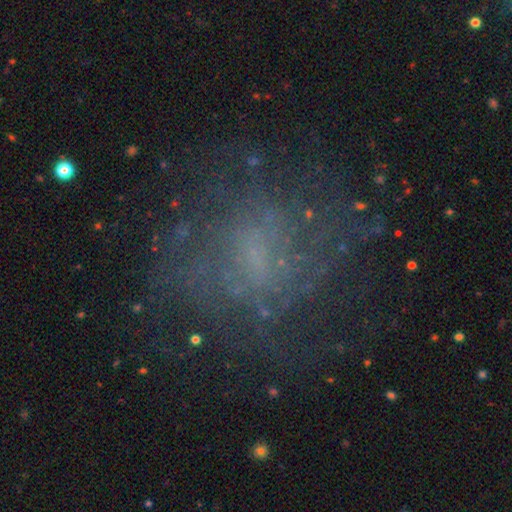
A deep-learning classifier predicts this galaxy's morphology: smooth_or_featured: featured or disk (p=0.48) [alt: smooth p=0.27]
merging: none (p=0.69) [alt: major disturbance p=0.15]